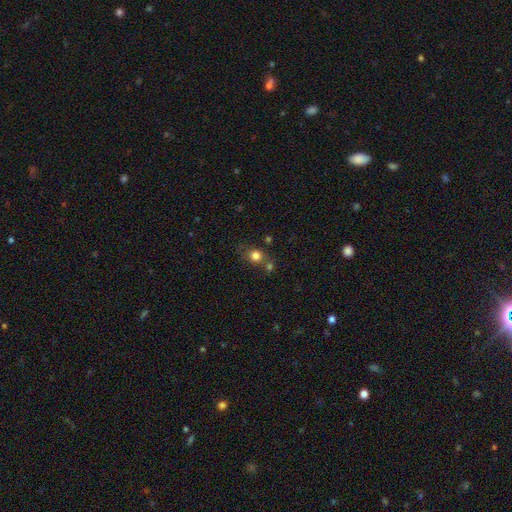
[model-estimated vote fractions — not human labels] This appears to be a smooth galaxy with no disk features (79%) that is round (79%). Merging: none (60%).